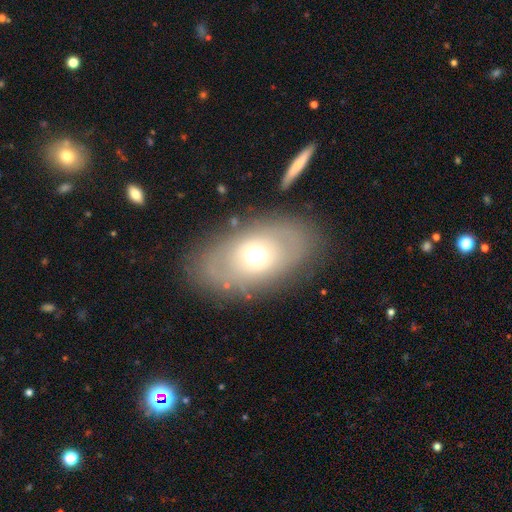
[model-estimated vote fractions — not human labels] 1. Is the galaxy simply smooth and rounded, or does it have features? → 47% smooth, 43% featured or disk, 10% star or artifact.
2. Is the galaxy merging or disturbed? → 78% none, 12% minor disturbance, 7% major disturbance, 3% merger.